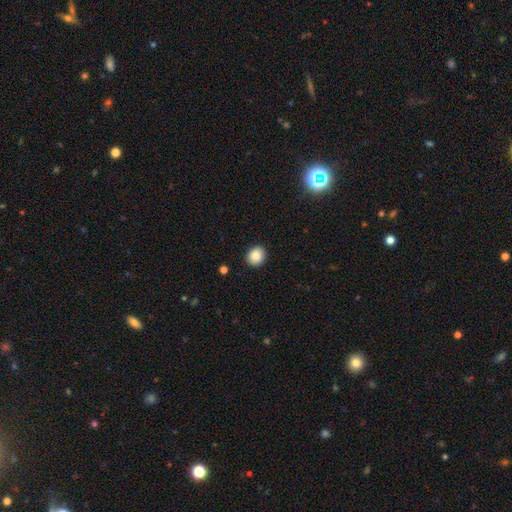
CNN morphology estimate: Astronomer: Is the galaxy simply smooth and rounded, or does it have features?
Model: smooth — 85%.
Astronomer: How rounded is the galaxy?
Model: round — 78%.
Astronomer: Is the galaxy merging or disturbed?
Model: none — 90%.